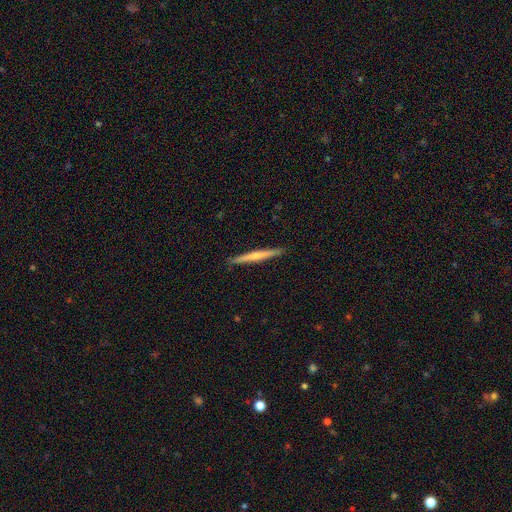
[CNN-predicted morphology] This is possibly a featured or disk galaxy (49%). Merging: clearly none (91%).